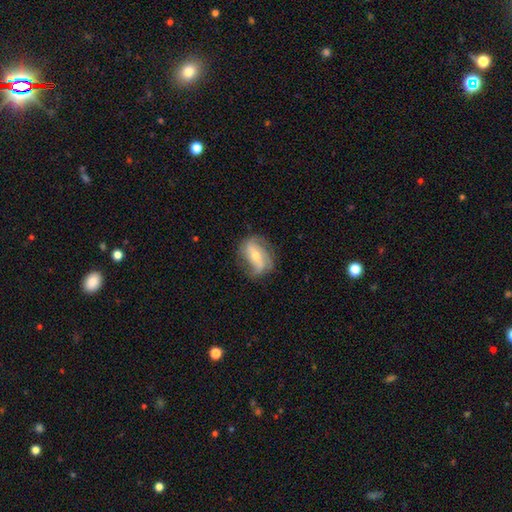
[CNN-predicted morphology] This is likely a featured or disk galaxy (72%). It is clearly not viewed edge-on (93%). Bar: marginally strong (40%). Spiral arm pattern: clearly yes (87%). Spiral arm count: likely 2 (68%). Spiral winding: marginally loose (43%). Central bulge: possibly moderate (49%). Merging: likely none (68%).